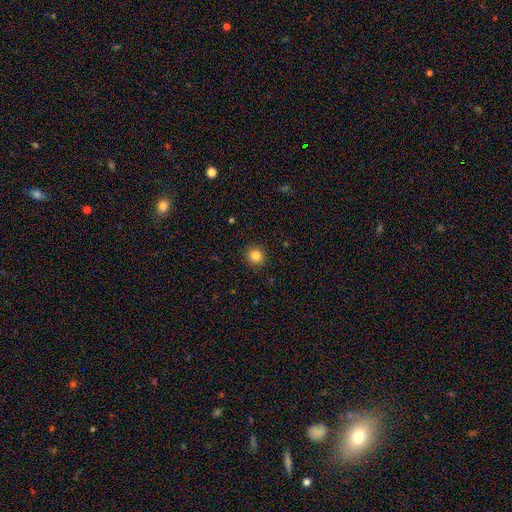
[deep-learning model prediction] smooth_or_featured: smooth (p=0.85) [alt: star or artifact p=0.11]
how_rounded: round (p=0.92) [alt: in between p=0.07]
merging: none (p=0.92) [alt: minor disturbance p=0.05]